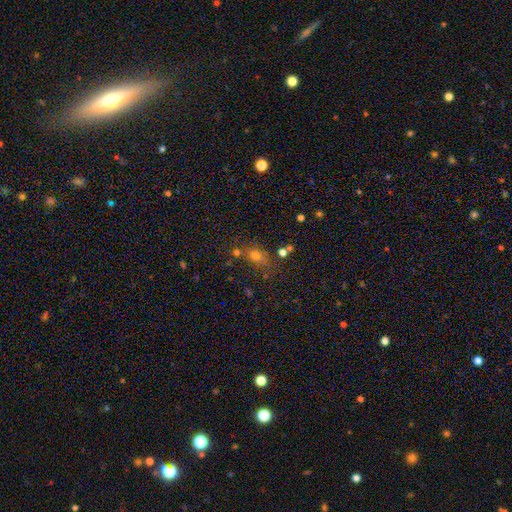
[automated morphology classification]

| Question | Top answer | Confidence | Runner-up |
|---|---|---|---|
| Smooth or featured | smooth | 59% | star or artifact (28%) |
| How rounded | round | 50% | in between (46%) |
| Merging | none | 62% | minor disturbance (15%) |